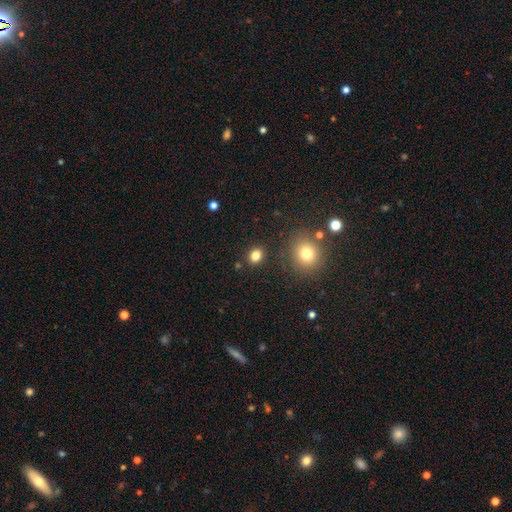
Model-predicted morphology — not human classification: Smooth or featured? smooth (81%)
How rounded? round (66%)
Merging? none (86%)